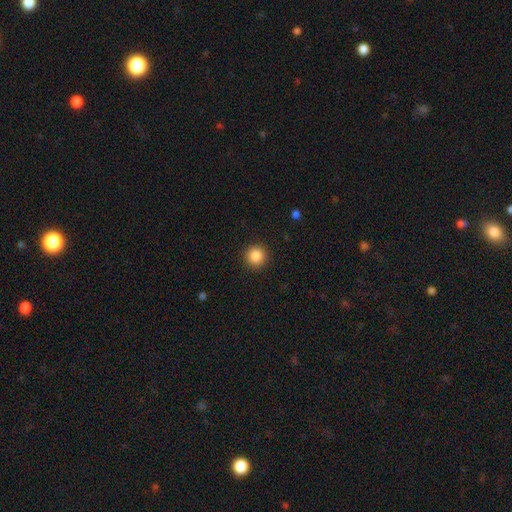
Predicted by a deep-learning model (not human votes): Morphology: type=smooth (87%); roundness=round (95%); merging=none (92%).